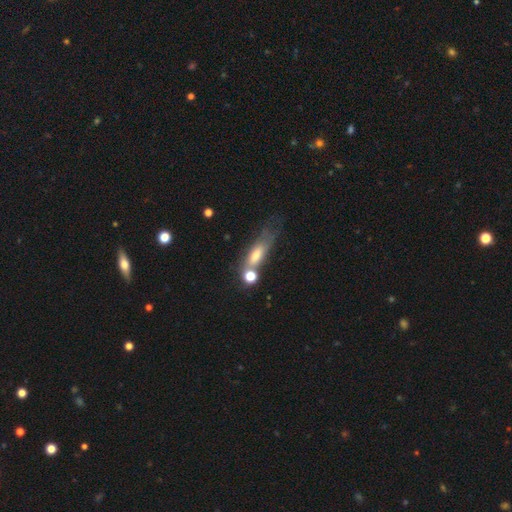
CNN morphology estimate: smooth_or_featured: smooth (p=0.53) [alt: featured or disk p=0.33]
how_rounded: cigar-shaped (p=0.46) [alt: in between p=0.45]
merging: none (p=0.40) [alt: minor disturbance p=0.22]